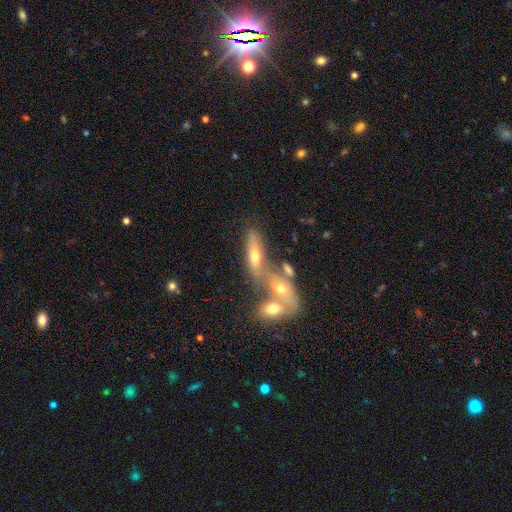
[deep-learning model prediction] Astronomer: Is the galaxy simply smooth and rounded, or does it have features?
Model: smooth — 49% (runner-up: featured or disk, 41%).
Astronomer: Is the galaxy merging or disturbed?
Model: merger — 58%.